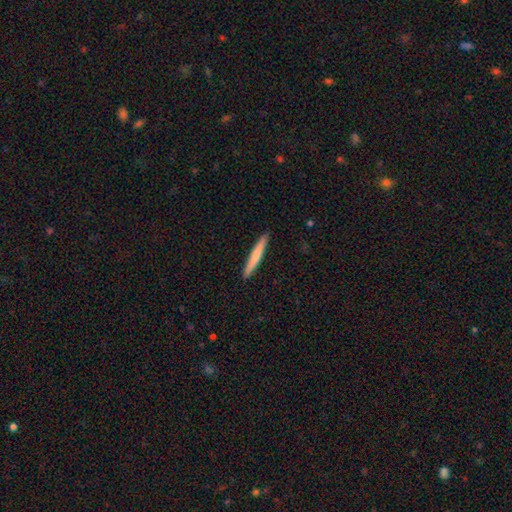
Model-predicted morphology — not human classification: smooth 67%, featured or disk 28%, star or artifact 5%. Down the decision tree: how rounded — cigar-shaped (96%); merging — none (92%).